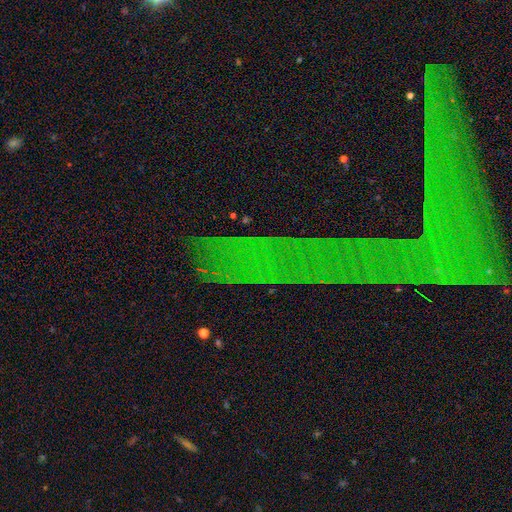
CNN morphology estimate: type=star or artifact (74%).